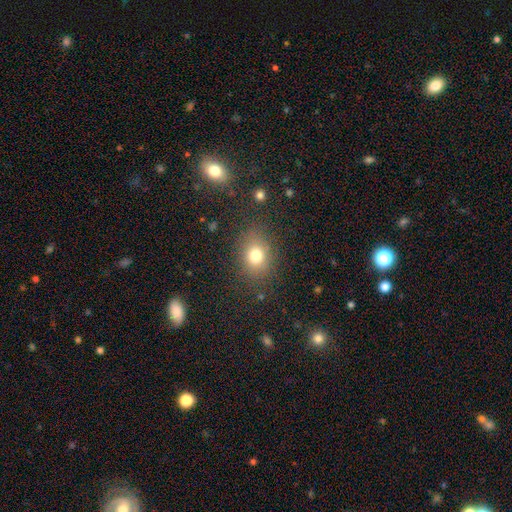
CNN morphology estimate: This is likely a smooth galaxy (77%). How rounded: possibly in between (51%). Merging: clearly none (81%).